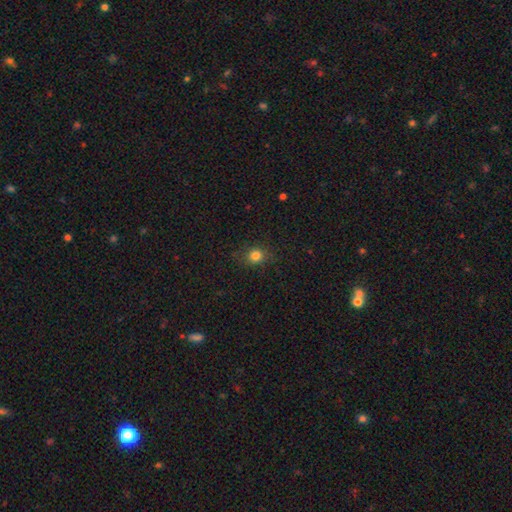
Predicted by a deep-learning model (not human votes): smooth_or_featured: smooth (p=0.81) [alt: star or artifact p=0.14]
how_rounded: round (p=0.76) [alt: in between p=0.23]
merging: none (p=0.84) [alt: minor disturbance p=0.11]